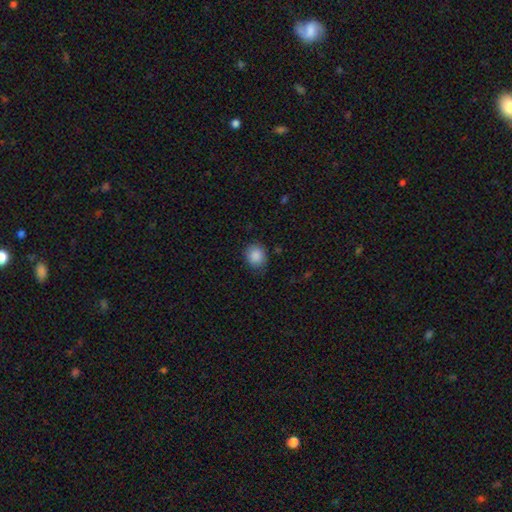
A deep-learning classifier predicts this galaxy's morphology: smooth_or_featured: smooth (p=0.88) [alt: star or artifact p=0.08]
how_rounded: round (p=0.74) [alt: in between p=0.25]
merging: none (p=0.80) [alt: minor disturbance p=0.15]